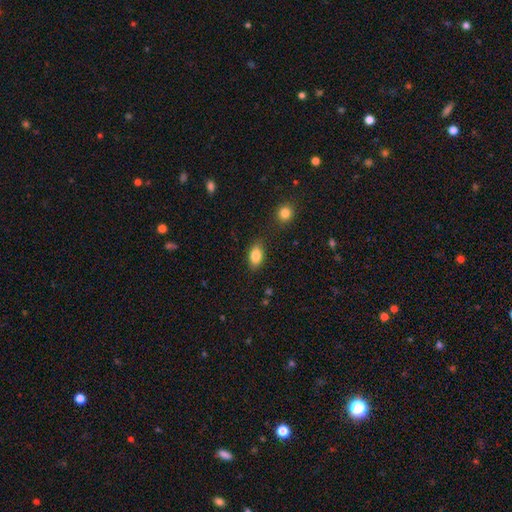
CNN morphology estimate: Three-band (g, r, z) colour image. It shows a smooth galaxy with no disk features (83%) that is in between round and cigar-shaped (88%). Merging: none (82%).